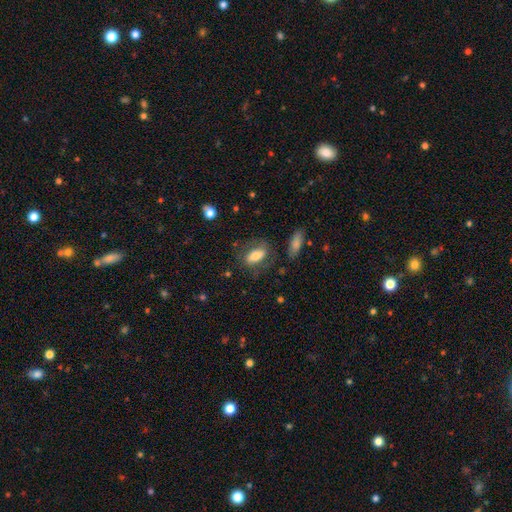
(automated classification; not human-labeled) Smooth or featured: smooth — 68% (featured or disk — 25%)
How rounded: in between — 84% (cigar-shaped — 10%)
Merging: none — 66% (minor disturbance — 18%)